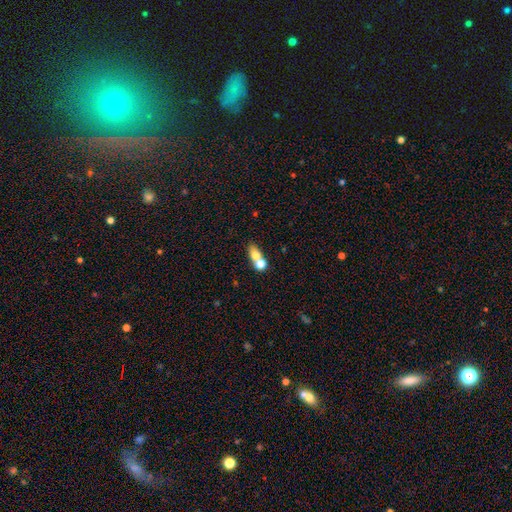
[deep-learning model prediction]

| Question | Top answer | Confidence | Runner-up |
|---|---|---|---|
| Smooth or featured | smooth | 72% | featured or disk (18%) |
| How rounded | in between | 61% | round (32%) |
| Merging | merger | 56% | none (32%) |